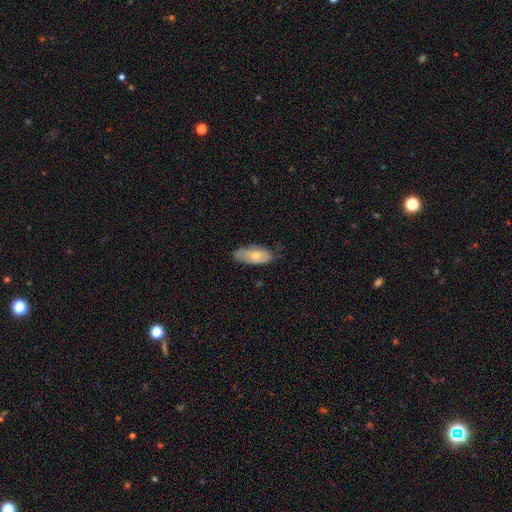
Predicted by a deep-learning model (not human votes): Q: Smooth or featured?
A: smooth (66%); runner-up: featured or disk (28%)
Q: How rounded?
A: in between (86%); runner-up: cigar-shaped (12%)
Q: Merging?
A: none (59%); runner-up: minor disturbance (32%)